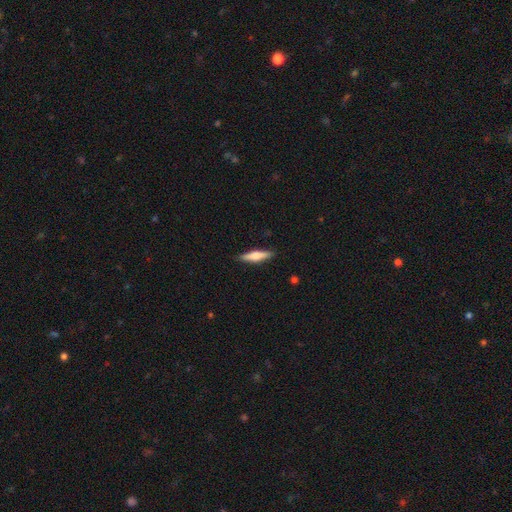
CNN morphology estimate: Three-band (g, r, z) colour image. It shows a smooth galaxy with no disk features (54%) that is cigar-shaped (78%). Merging: none (89%).